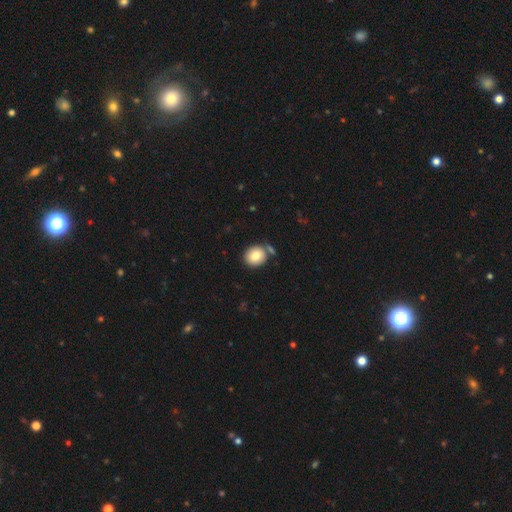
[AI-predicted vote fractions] Overall: smooth (83%). How rounded: round (79%). Merging: none (71%).